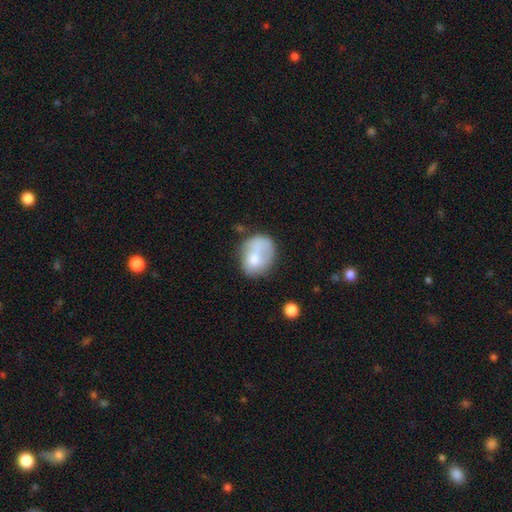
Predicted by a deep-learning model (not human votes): Overall: smooth (62%; featured or disk 29%). How rounded: in between (53%; round 46%). Merging: none (37%; minor disturbance 28%).